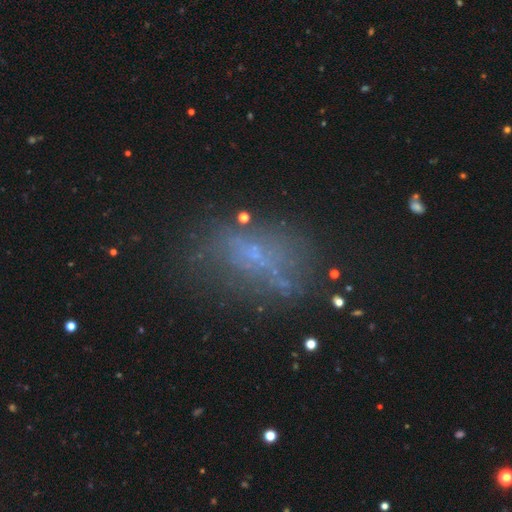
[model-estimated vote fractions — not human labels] smooth-or-featured: featured or disk: 37% | smooth: 35% | star or artifact: 28%
  merging: none: 52% | minor disturbance: 22% | major disturbance: 21% | merger: 5%